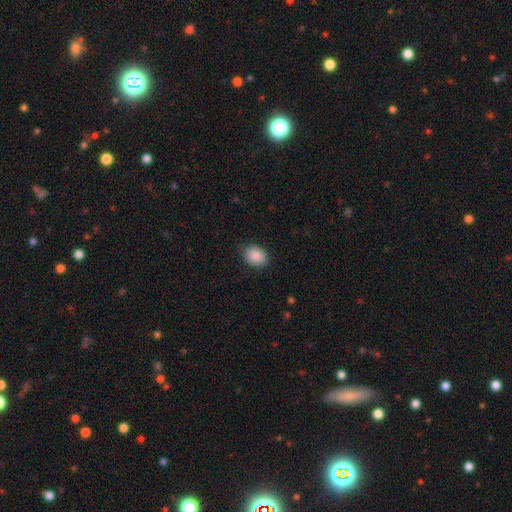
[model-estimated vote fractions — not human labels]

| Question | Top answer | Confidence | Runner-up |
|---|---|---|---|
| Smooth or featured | smooth | 88% | star or artifact (7%) |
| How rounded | in between | 60% | round (39%) |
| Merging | none | 83% | minor disturbance (14%) |